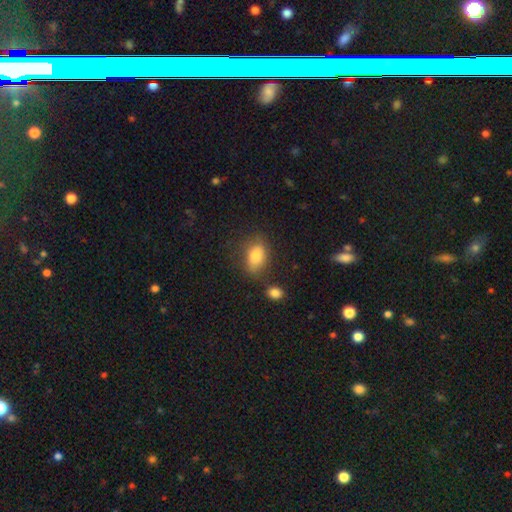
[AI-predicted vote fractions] Smooth or featured?
  - smooth: 83% *
  - featured or disk: 9%
  - star or artifact: 8%
How rounded?
  - in between: 86% *
  - round: 12%
  - cigar-shaped: 3%
Merging?
  - none: 65% *
  - minor disturbance: 21%
  - major disturbance: 7%
  - merger: 7%